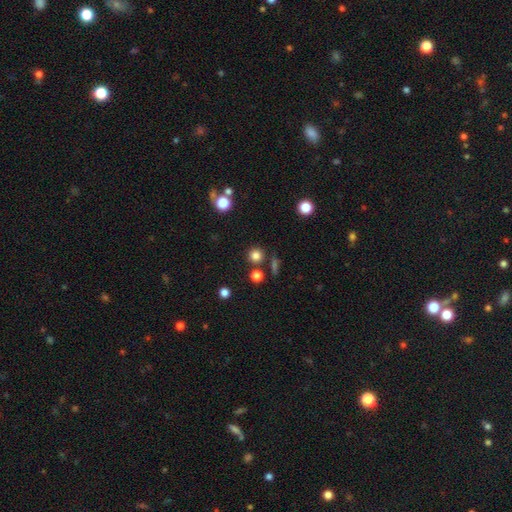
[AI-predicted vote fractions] smooth-or-featured: smooth: 80% | star or artifact: 14% | featured or disk: 5%
  how-rounded: round: 93% | in between: 6% | cigar-shaped: 1%
  merging: none: 82% | merger: 8% | minor disturbance: 7% | major disturbance: 3%